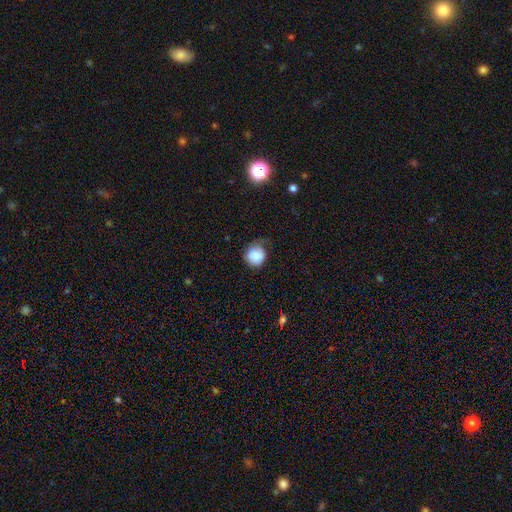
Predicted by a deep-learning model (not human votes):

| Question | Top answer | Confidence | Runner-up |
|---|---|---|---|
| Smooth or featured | smooth | 83% | star or artifact (8%) |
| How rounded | round | 87% | in between (12%) |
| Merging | none | 48% | minor disturbance (35%) |